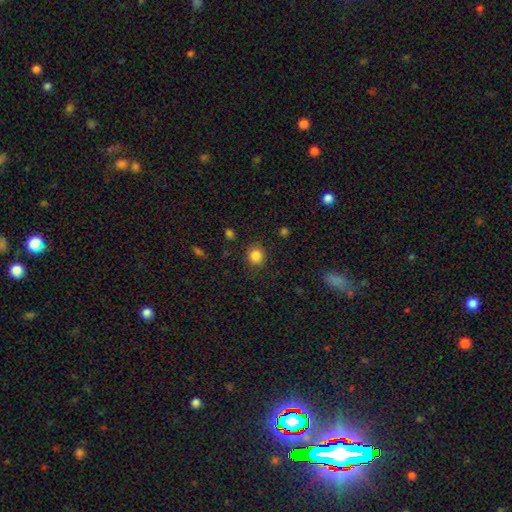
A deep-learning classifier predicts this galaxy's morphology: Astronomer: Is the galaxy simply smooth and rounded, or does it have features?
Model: smooth — 85%.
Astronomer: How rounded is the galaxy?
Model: round — 86%.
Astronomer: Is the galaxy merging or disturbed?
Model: none — 86%.